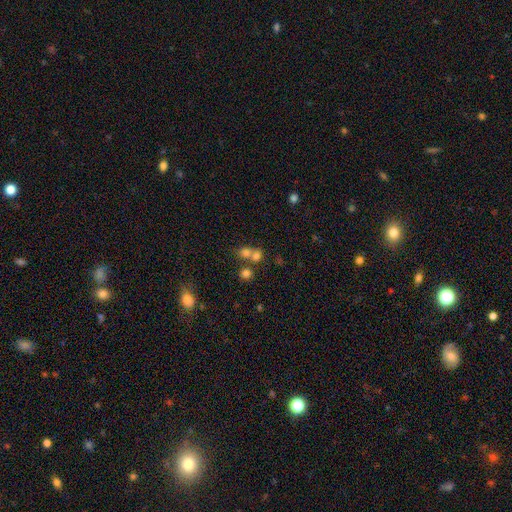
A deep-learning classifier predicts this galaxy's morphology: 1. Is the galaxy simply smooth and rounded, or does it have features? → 69% smooth, 18% star or artifact, 13% featured or disk.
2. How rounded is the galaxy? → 71% round, 27% in between, 1% cigar-shaped.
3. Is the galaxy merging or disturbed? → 52% merger, 38% none, 6% minor disturbance, 3% major disturbance.